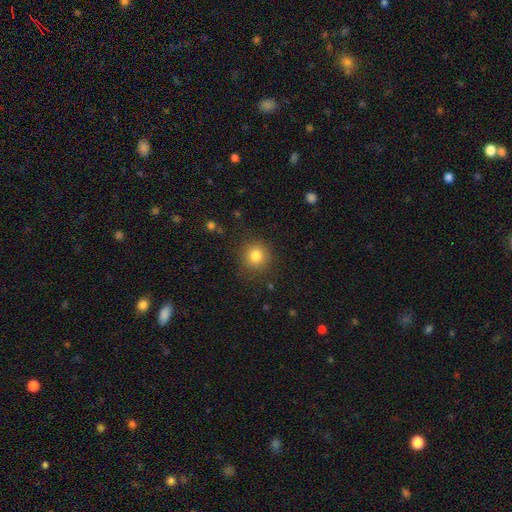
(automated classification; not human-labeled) The model was most divided on "smooth or featured": smooth: 81%, star or artifact: 12%, featured or disk: 7%. More confident: how rounded — round (91%); merging — none (87%).